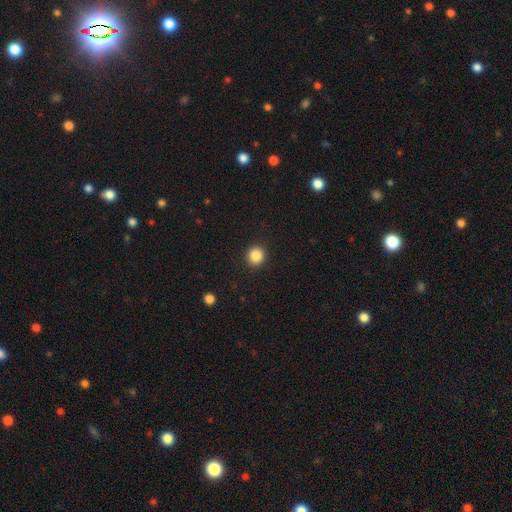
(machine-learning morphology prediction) A smooth galaxy with no disk features (86%) that is round (92%). Merging: none (93%).